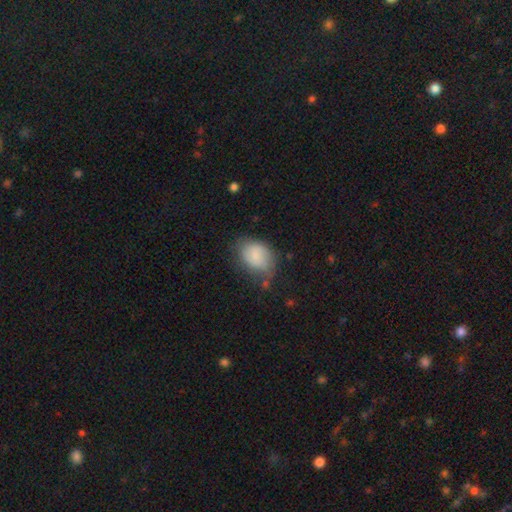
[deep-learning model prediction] A smooth galaxy with no disk features (77%) that is in between round and cigar-shaped (75%). Merging: none (53%).